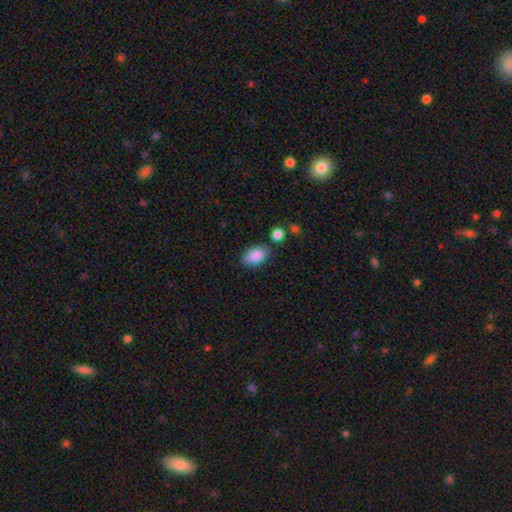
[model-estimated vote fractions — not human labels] This is clearly a smooth galaxy (88%). How rounded: clearly in between (91%). Merging: likely none (73%).